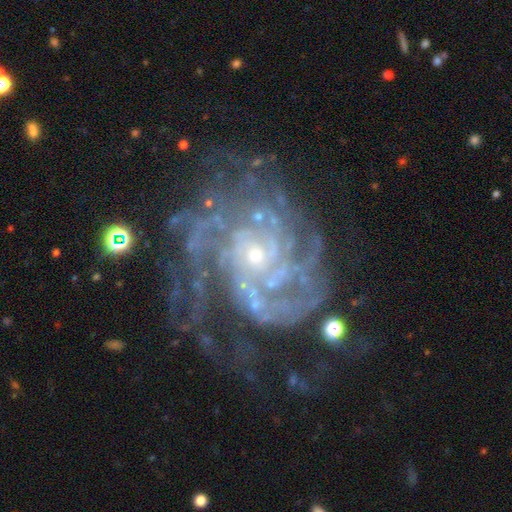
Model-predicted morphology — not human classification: smooth-or-featured: featured or disk: 90% | star or artifact: 7% | smooth: 4%
  disk-edge-on: no: 98% | yes: 2%
    bar: no: 76% | weak: 18% | strong: 5%
    has-spiral-arms: yes: 97% | no: 3%
      spiral-winding: tight: 63% | medium: 29% | loose: 7%
      spiral-arm-count: can't tell: 26% | 4: 20% | more than 4: 18% | 3: 15% | 2: 13% | 1: 8%
    bulge-size: small: 76% | moderate: 20% | none: 2% | large: 1% | dominant: 1%
  merging: none: 60% | minor disturbance: 19% | major disturbance: 18% | merger: 3%